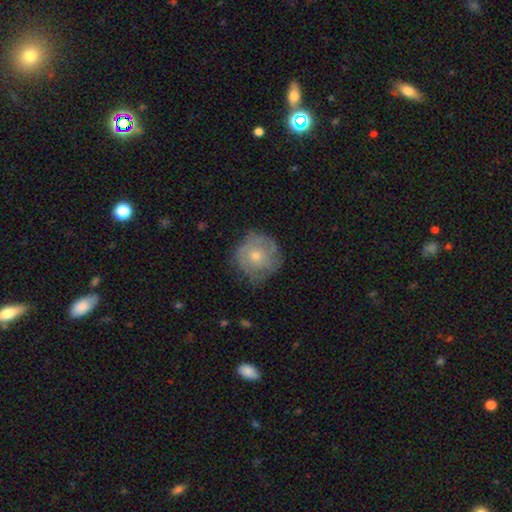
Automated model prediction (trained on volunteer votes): Smooth or featured? Predicted: featured or disk (p=0.56). Edge-on disk? Predicted: no (p=0.97). Bar? Predicted: no (p=0.86). Spiral arms? Predicted: yes (p=0.71). Bulge size? Predicted: moderate (p=0.50). Merging? Predicted: none (p=0.71).